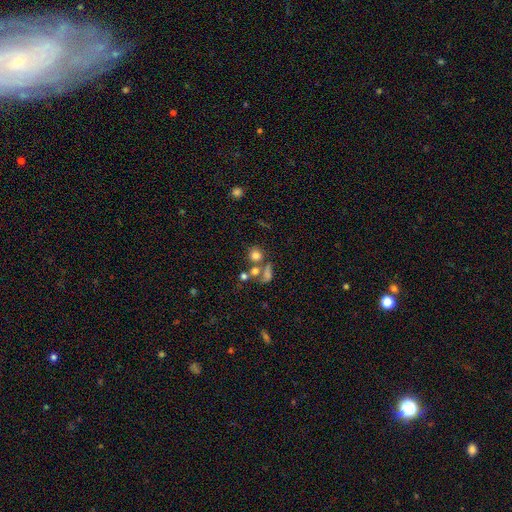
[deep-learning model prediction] A smooth galaxy with no disk features (74%) that is round (84%).

Vote fractions:
- Smooth or featured? smooth: 74% / star or artifact: 15% / featured or disk: 11%
- How rounded? round: 84% / in between: 15% / cigar-shaped: 1%
- Merging? none: 53% / merger: 29% / minor disturbance: 10% / major disturbance: 8%